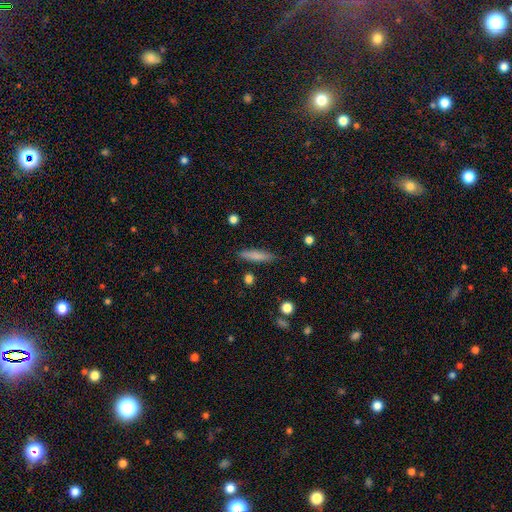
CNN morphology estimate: type=smooth (78%); roundness=cigar-shaped (83%); merging=none (84%).